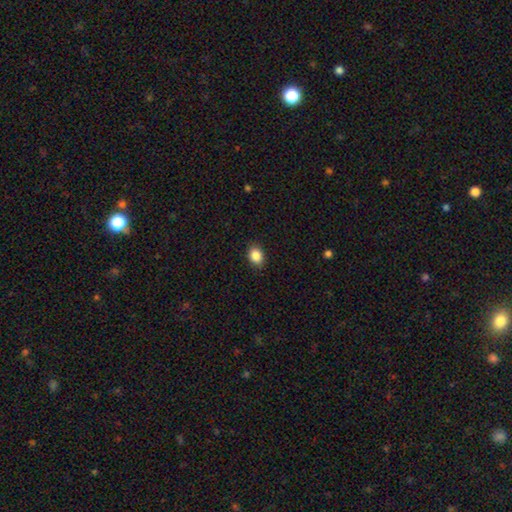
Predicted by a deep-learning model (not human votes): The model was most divided on "how rounded": in between: 65%, round: 34%, cigar-shaped: 1%. More confident: merging — none (89%); smooth or featured — smooth (87%).